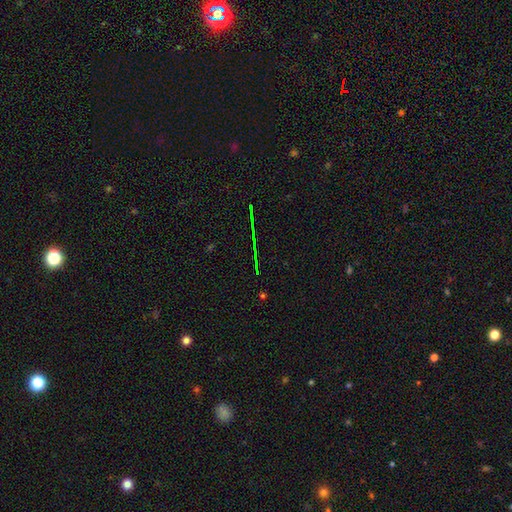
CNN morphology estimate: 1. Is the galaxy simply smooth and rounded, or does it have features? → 72% star or artifact, 14% smooth, 14% featured or disk.